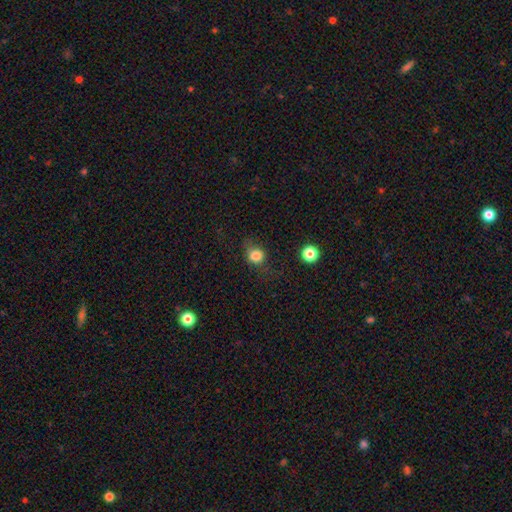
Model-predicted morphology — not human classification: This appears to be a smooth galaxy with no disk features (80%) that is round (74%). Merging: none (62%).